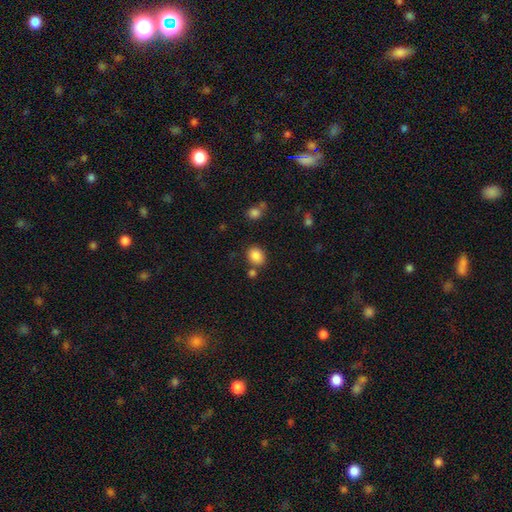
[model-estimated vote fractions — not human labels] Q: Smooth or featured?
A: smooth (86%); runner-up: star or artifact (9%)
Q: How rounded?
A: round (52%); runner-up: in between (47%)
Q: Merging?
A: none (76%); runner-up: minor disturbance (11%)